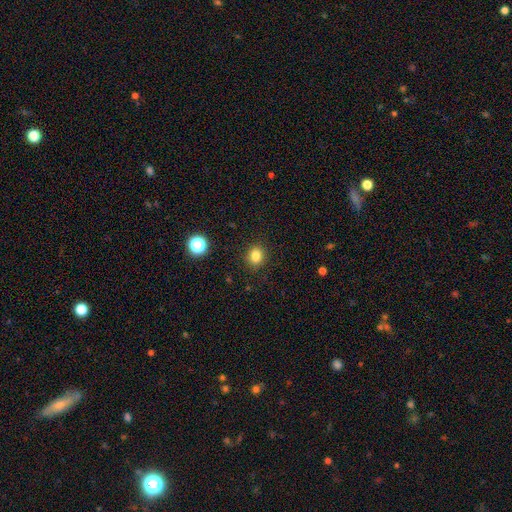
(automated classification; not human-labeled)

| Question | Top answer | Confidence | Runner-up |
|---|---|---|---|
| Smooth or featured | smooth | 82% | star or artifact (12%) |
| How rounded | round | 79% | in between (20%) |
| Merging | none | 90% | minor disturbance (6%) |